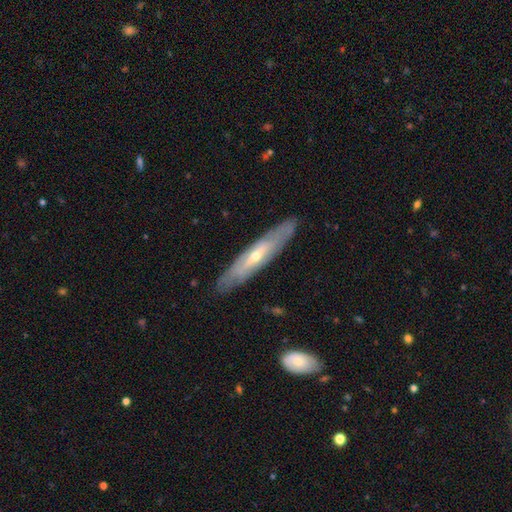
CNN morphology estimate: A featured or disk galaxy (67%) viewed edge-on (56%). Merging: none (85%).